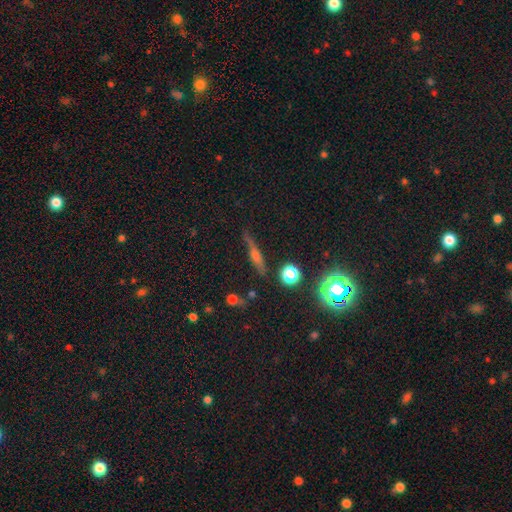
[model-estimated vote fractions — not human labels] Morphology: type=featured or disk (58%); edge-on=yes (94%); edge-on bulge=rounded (78%); merging=none (83%).